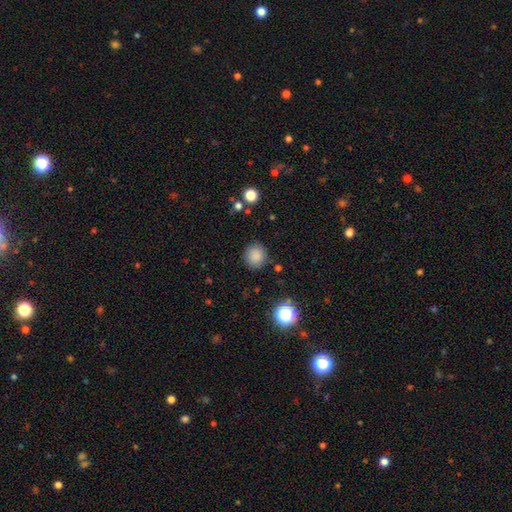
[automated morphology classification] This appears to be a smooth galaxy with no disk features (85%) that is round (88%). Merging: none (87%).